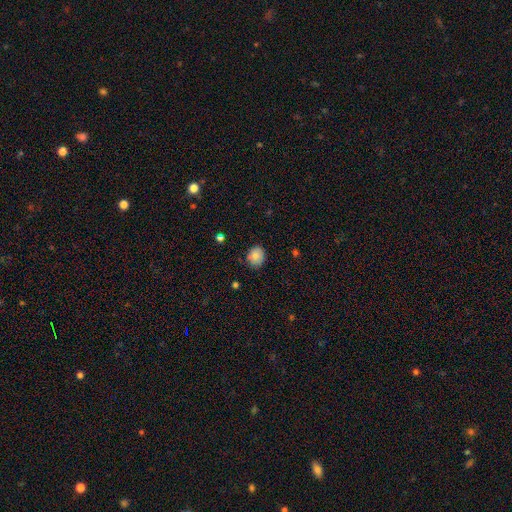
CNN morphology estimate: This is clearly a smooth galaxy (82%). How rounded: likely round (62%). Merging: likely none (76%).